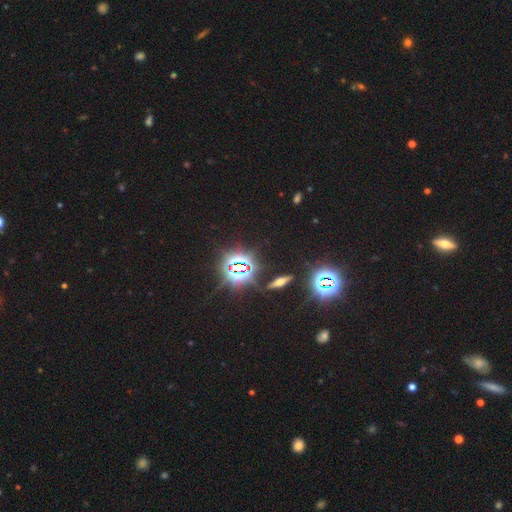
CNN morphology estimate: type=star or artifact (82%).